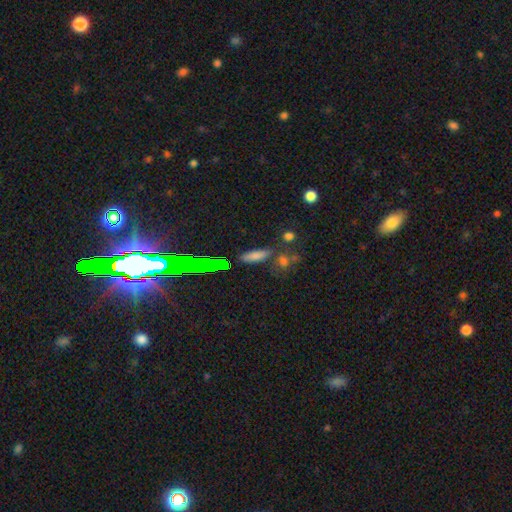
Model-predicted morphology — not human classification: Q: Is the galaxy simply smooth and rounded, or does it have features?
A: smooth — 74%.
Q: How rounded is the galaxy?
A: cigar-shaped — 49%.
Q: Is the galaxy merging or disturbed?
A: none — 74%.